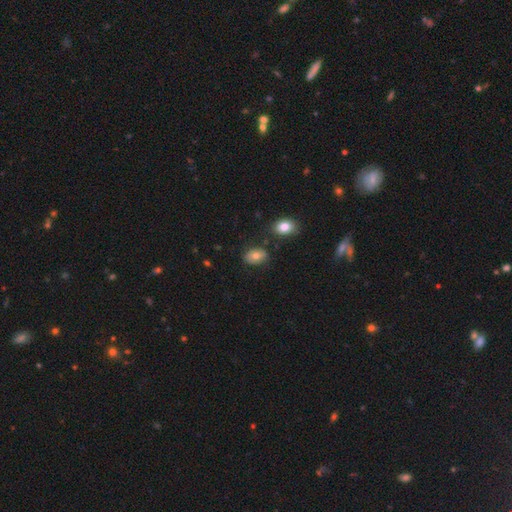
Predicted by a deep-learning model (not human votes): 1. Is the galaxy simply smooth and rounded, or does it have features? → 72% smooth, 19% featured or disk, 9% star or artifact.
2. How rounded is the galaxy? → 78% in between, 20% round, 1% cigar-shaped.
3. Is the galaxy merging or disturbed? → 77% none, 15% minor disturbance, 4% merger, 4% major disturbance.